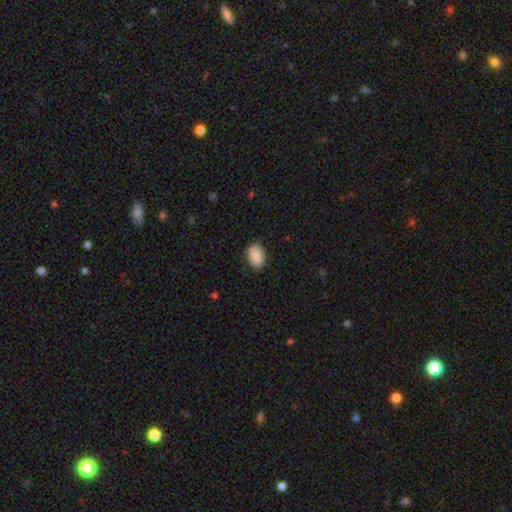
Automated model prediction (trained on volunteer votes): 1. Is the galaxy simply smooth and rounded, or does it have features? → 86% smooth, 8% featured or disk, 7% star or artifact.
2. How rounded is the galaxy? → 79% in between, 19% round, 1% cigar-shaped.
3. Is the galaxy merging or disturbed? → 83% none, 13% minor disturbance, 3% major disturbance, 1% merger.